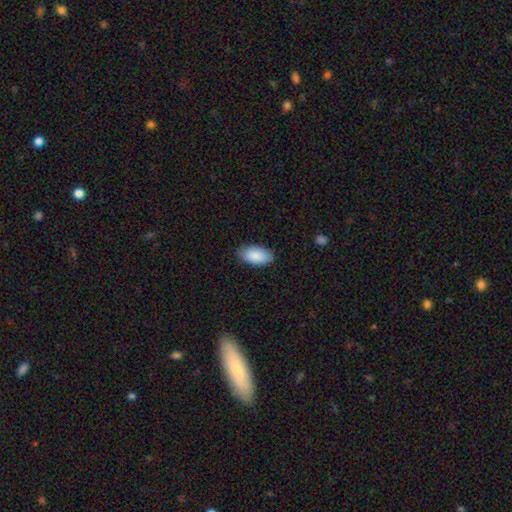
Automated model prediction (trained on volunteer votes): This appears to be a smooth galaxy with no disk features (89%) that is in between round and cigar-shaped (95%). Merging: none (85%).